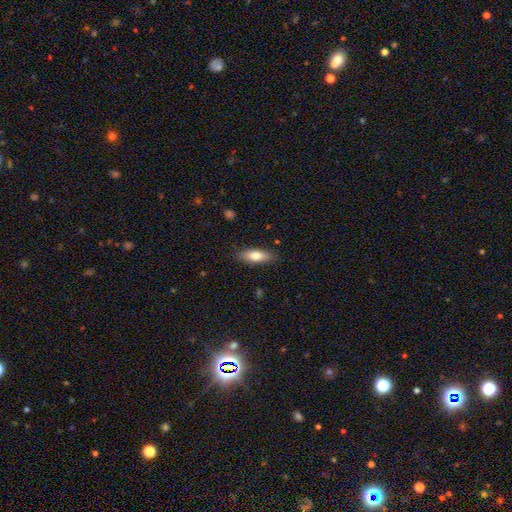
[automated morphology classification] The model was most divided on "how rounded": in between: 64%, cigar-shaped: 34%, round: 2%. More confident: merging — none (86%); smooth or featured — smooth (77%).